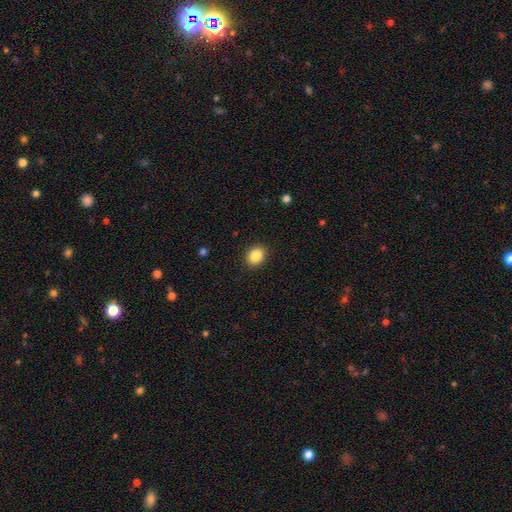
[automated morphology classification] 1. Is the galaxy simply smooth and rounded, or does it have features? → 87% smooth, 9% star or artifact, 4% featured or disk.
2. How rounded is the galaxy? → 50% in between, 49% round, 1% cigar-shaped.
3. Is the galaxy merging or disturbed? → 90% none, 7% minor disturbance, 2% major disturbance, 1% merger.